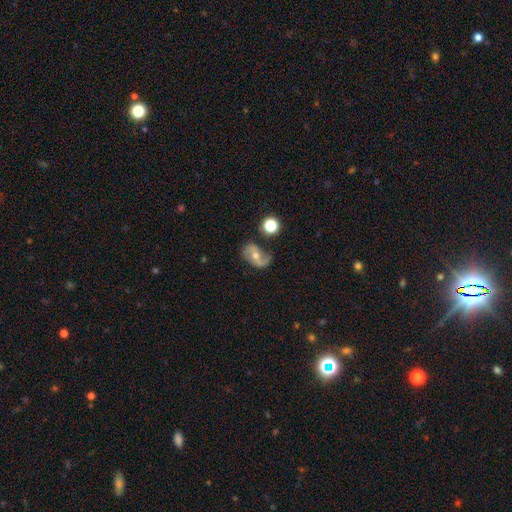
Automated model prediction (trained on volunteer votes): smooth-or-featured: featured or disk: 73% | smooth: 19% | star or artifact: 8%
  disk-edge-on: no: 97% | yes: 3%
    bar: no: 43% | weak: 38% | strong: 19%
    has-spiral-arms: yes: 90% | no: 10%
      spiral-winding: loose: 56% | medium: 33% | tight: 11%
      spiral-arm-count: 2: 83% | 1: 9% | can't tell: 5% | 3: 1% | 4: 1% | more than 4: 1%
    bulge-size: moderate: 61% | small: 33% | large: 3% | none: 2% | dominant: 1%
  merging: none: 62% | minor disturbance: 22% | major disturbance: 12% | merger: 4%